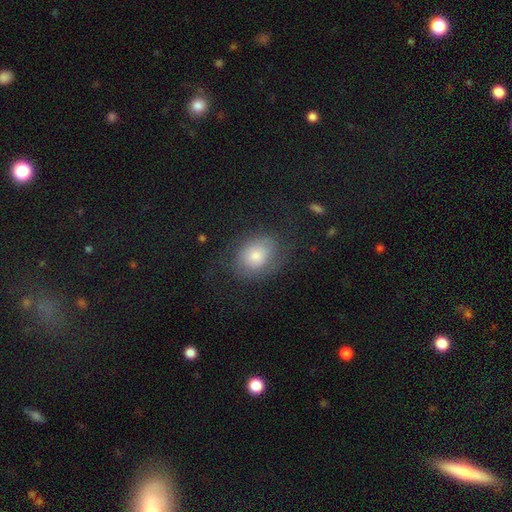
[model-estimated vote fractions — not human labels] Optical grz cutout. It shows a smooth galaxy with no disk features (51%) that is in between round and cigar-shaped (57%). Merging: none (62%).